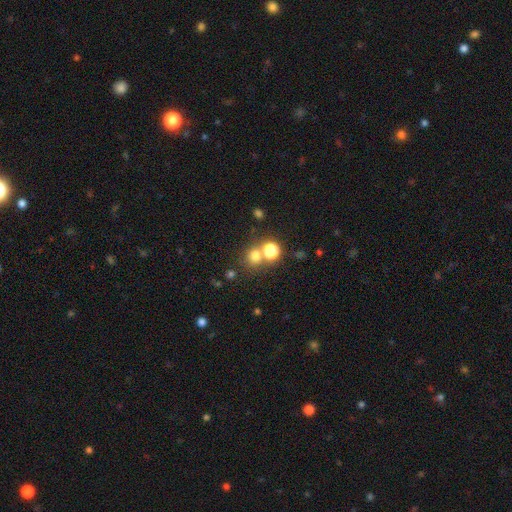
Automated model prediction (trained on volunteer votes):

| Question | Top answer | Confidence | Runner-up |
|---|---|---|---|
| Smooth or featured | smooth | 70% | star or artifact (22%) |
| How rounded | round | 88% | in between (11%) |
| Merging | none | 65% | merger (24%) |